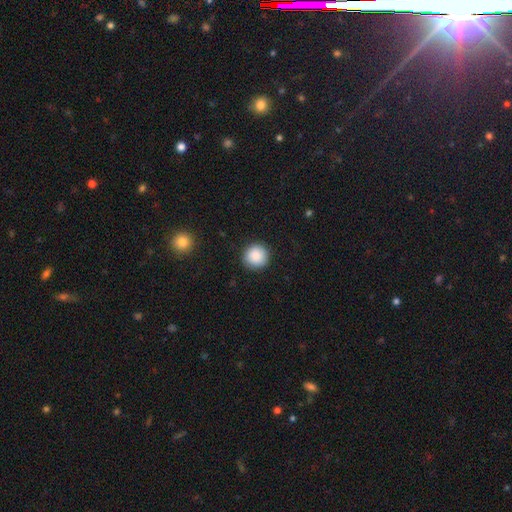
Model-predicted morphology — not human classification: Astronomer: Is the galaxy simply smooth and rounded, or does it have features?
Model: smooth — 88%.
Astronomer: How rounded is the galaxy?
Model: round — 95%.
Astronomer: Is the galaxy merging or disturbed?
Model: none — 91%.